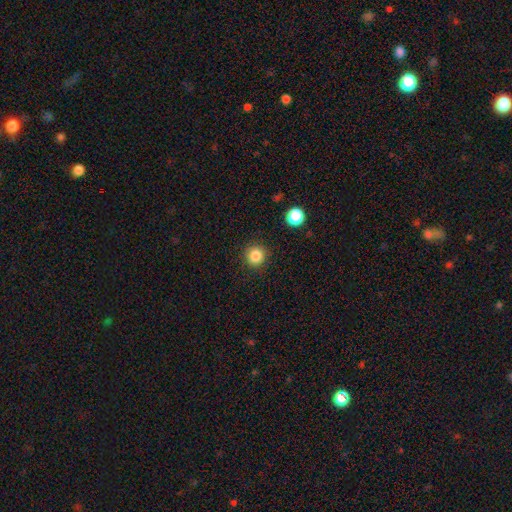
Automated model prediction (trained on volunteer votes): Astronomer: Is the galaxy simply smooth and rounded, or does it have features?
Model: smooth — 84%.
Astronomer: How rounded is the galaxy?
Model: round — 94%.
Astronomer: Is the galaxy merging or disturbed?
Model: none — 90%.